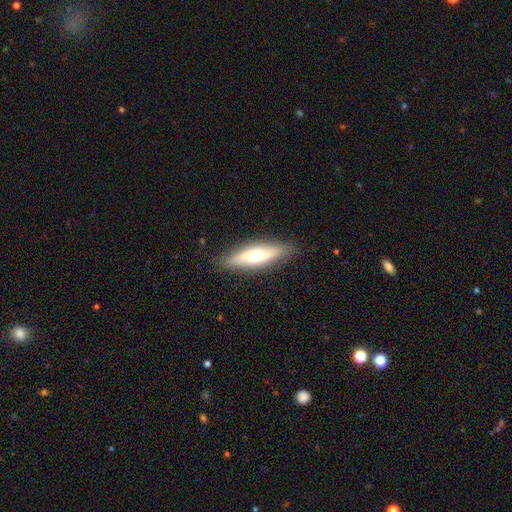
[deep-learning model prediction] Q: Smooth or featured?
A: smooth (50%); runner-up: featured or disk (44%)
Q: Merging?
A: none (86%); runner-up: minor disturbance (10%)